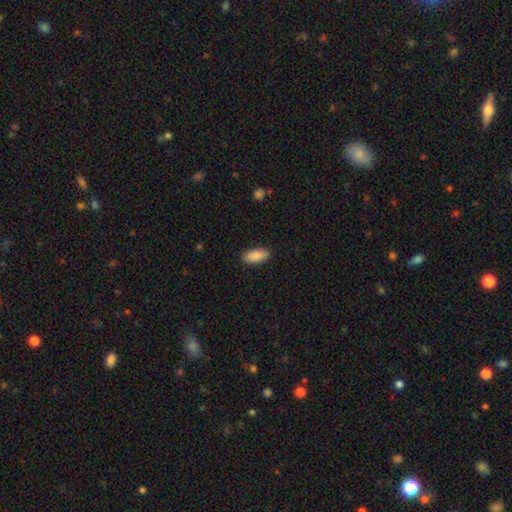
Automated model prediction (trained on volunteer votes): Smooth or featured? Predicted: smooth (p=0.89). How rounded? Predicted: in between (p=0.90). Merging? Predicted: none (p=0.89).